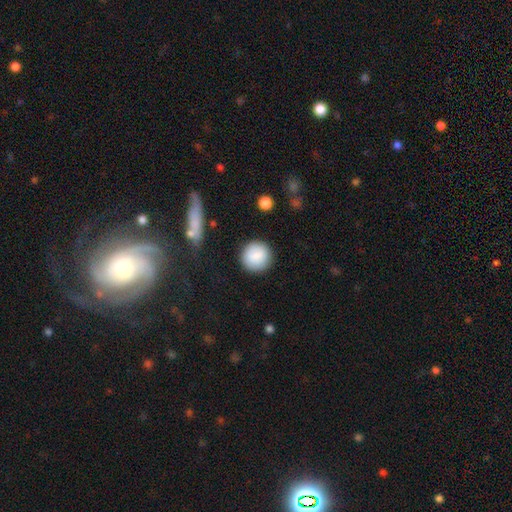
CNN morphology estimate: Smooth or featured? Predicted: smooth (p=0.88). How rounded? Predicted: round (p=0.94). Merging? Predicted: none (p=0.89).